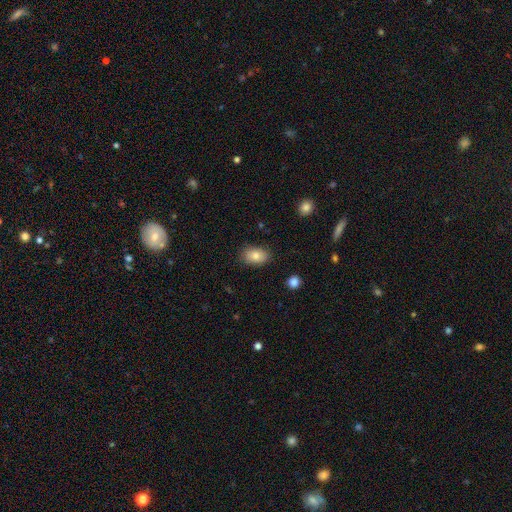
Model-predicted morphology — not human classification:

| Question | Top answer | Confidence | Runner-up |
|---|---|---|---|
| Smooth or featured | smooth | 81% | featured or disk (10%) |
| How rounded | in between | 86% | round (13%) |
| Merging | none | 84% | minor disturbance (12%) |